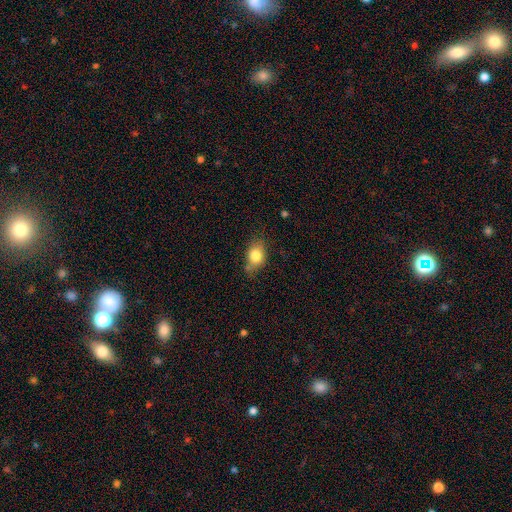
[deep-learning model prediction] A smooth galaxy with no disk features (79%) that is in between round and cigar-shaped (71%).

Vote fractions:
- Smooth or featured? smooth: 79% / featured or disk: 12% / star or artifact: 9%
- How rounded? in between: 71% / round: 27% / cigar-shaped: 2%
- Merging? none: 67% / minor disturbance: 24% / major disturbance: 5% / merger: 4%